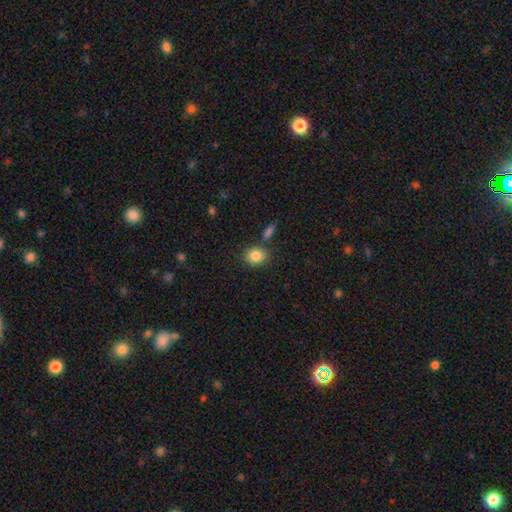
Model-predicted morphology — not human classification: Smooth or featured? Predicted: smooth (p=0.86). How rounded? Predicted: round (p=0.69). Merging? Predicted: none (p=0.75).